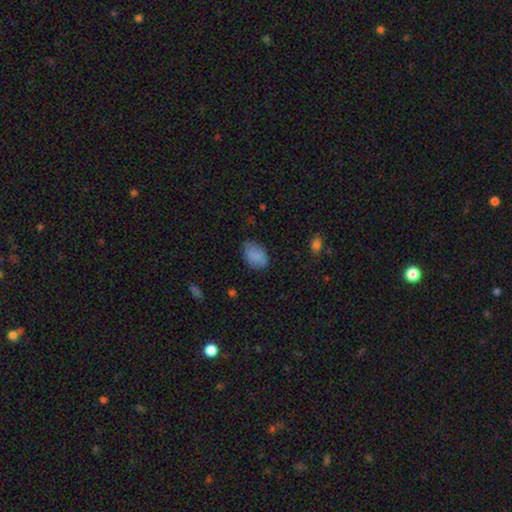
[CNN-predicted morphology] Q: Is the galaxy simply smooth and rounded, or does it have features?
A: smooth — 85%.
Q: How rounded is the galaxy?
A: in between — 85%.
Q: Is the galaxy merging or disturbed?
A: none — 73%.